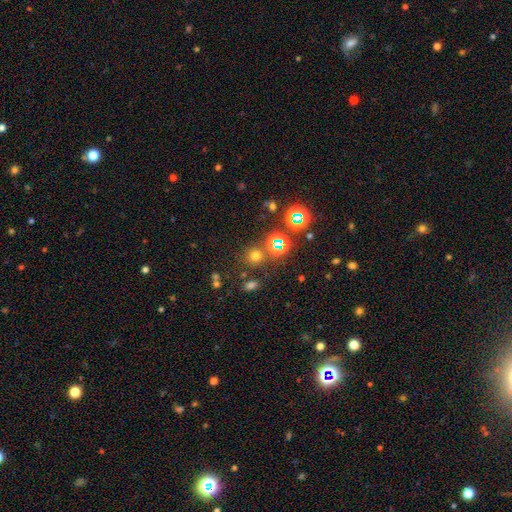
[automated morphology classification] A smooth galaxy with no disk features (62%) that is round (88%).

Vote fractions:
- Smooth or featured? smooth: 62% / star or artifact: 30% / featured or disk: 7%
- How rounded? round: 88% / in between: 11% / cigar-shaped: 1%
- Merging? none: 79% / merger: 9% / minor disturbance: 8% / major disturbance: 4%